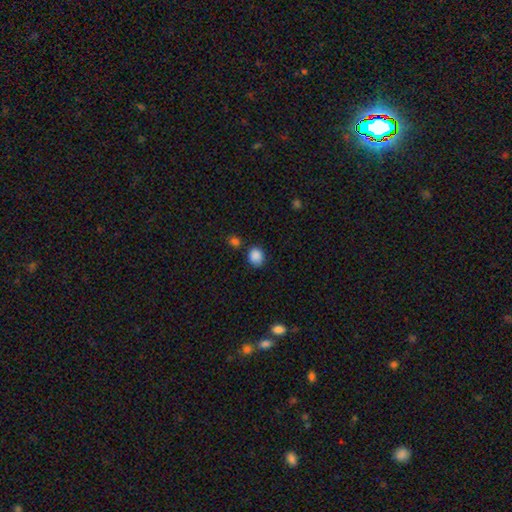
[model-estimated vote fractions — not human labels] smooth_or_featured: smooth (p=0.87) [alt: star or artifact p=0.10]
how_rounded: round (p=0.55) [alt: in between p=0.44]
merging: none (p=0.74) [alt: minor disturbance p=0.15]